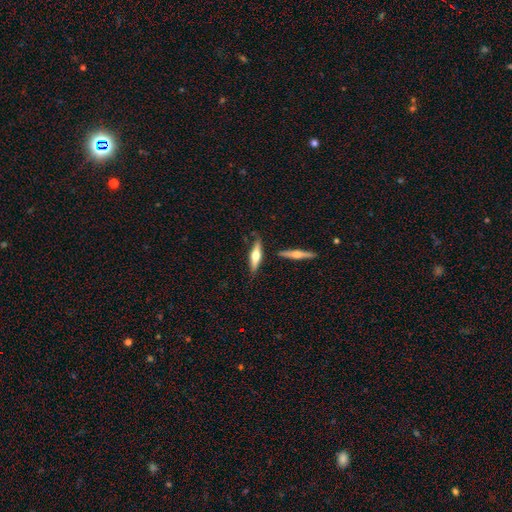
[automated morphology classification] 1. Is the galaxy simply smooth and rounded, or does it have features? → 53% featured or disk, 41% smooth, 6% star or artifact.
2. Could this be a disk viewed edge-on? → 94% yes, 6% no.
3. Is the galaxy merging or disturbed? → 77% none, 12% minor disturbance, 7% merger, 3% major disturbance.